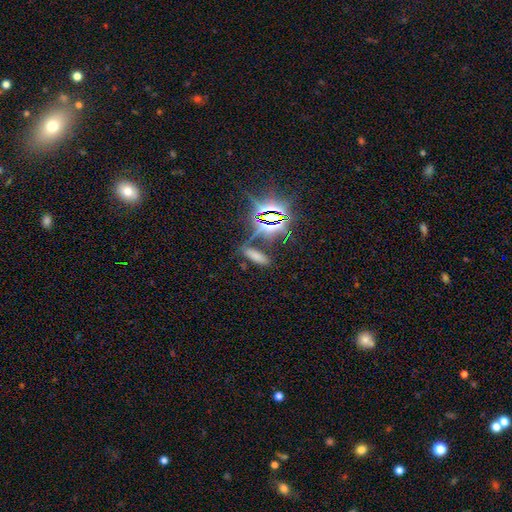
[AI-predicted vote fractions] Smooth or featured?
  - smooth: 59% *
  - star or artifact: 32%
  - featured or disk: 9%
How rounded?
  - cigar-shaped: 50% *
  - in between: 46%
  - round: 4%
Merging?
  - none: 75% *
  - minor disturbance: 12%
  - merger: 8%
  - major disturbance: 5%